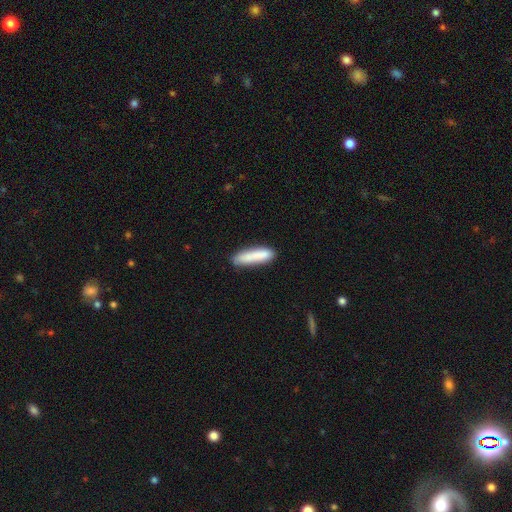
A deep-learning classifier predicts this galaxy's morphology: A smooth galaxy with no disk features (84%) that is cigar-shaped (80%).

Vote fractions:
- Smooth or featured? smooth: 84% / featured or disk: 10% / star or artifact: 6%
- How rounded? cigar-shaped: 80% / in between: 19% / round: 1%
- Merging? none: 78% / minor disturbance: 16% / major disturbance: 3% / merger: 3%